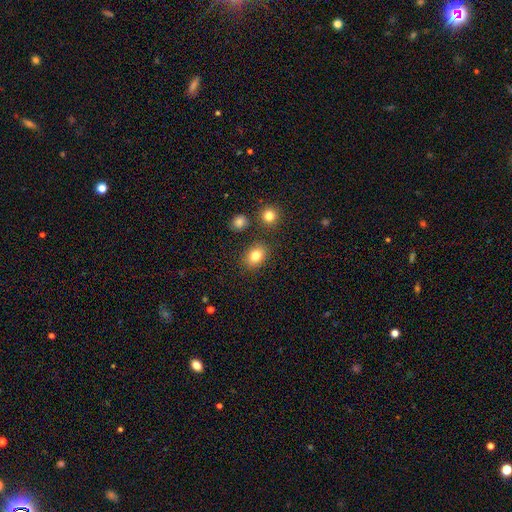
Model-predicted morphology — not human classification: Smooth or featured?
  - smooth: 82% *
  - star or artifact: 11%
  - featured or disk: 7%
How rounded?
  - in between: 60% *
  - round: 39%
  - cigar-shaped: 1%
Merging?
  - none: 82% *
  - minor disturbance: 10%
  - merger: 5%
  - major disturbance: 3%